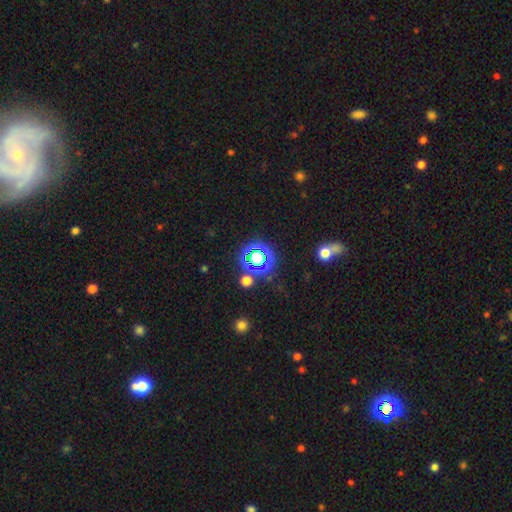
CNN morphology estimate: A star or artifact, not a galaxy (62%).

Vote fractions:
- Smooth or featured? star or artifact: 62% / smooth: 29% / featured or disk: 10%